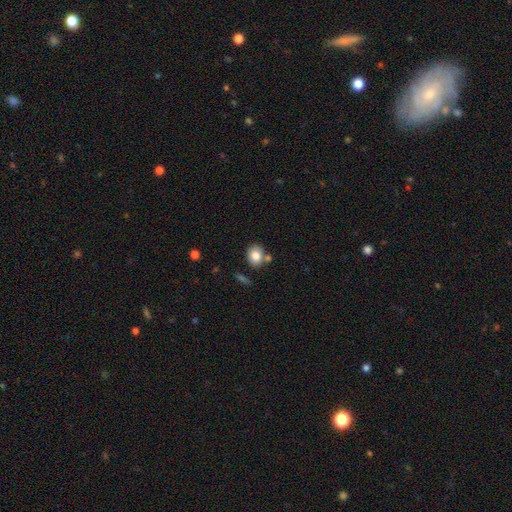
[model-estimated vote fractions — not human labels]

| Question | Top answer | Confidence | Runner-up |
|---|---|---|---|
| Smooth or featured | smooth | 80% | featured or disk (12%) |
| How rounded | in between | 50% | round (49%) |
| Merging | none | 67% | merger (17%) |